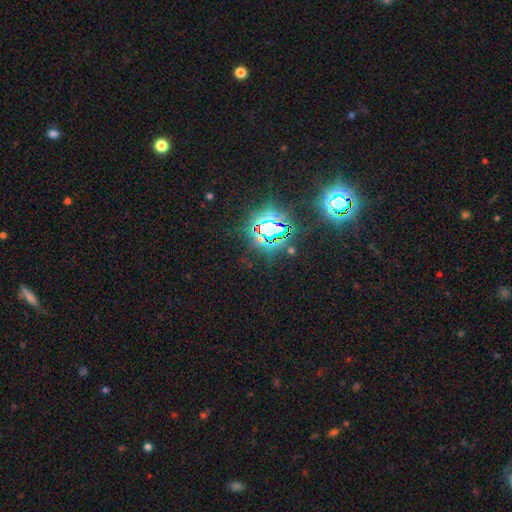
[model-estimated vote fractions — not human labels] Smooth or featured? star or artifact (81%)